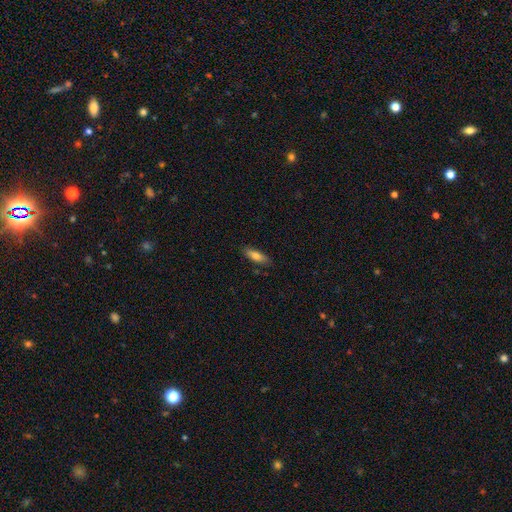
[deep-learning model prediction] Smooth or featured? Predicted: smooth (p=0.77). How rounded? Predicted: in between (p=0.53). Merging? Predicted: none (p=0.85).